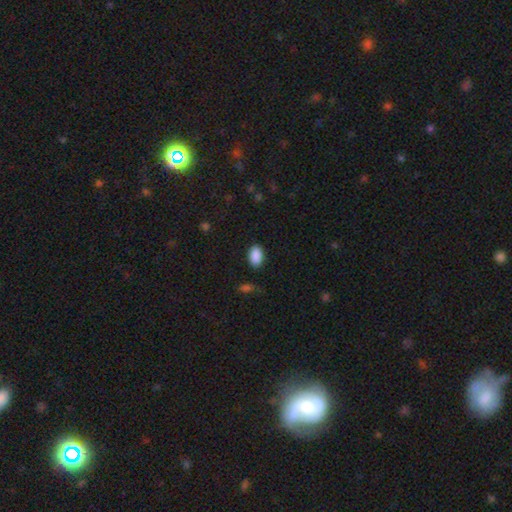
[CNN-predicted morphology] smooth 90%, star or artifact 7%, featured or disk 3%. Down the decision tree: how rounded — in between (92%); merging — none (86%).